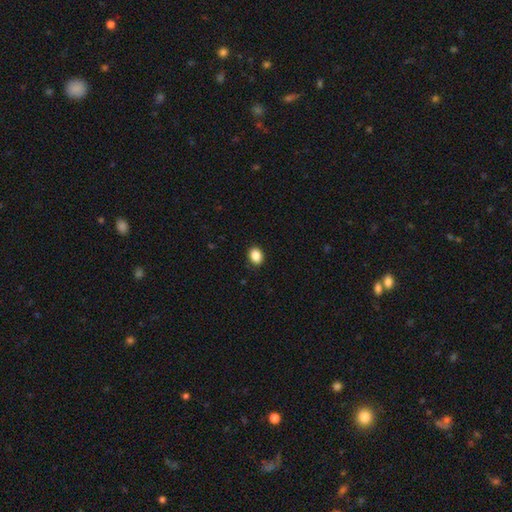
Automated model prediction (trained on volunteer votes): Smooth or featured? smooth (88%)
How rounded? in between (63%)
Merging? none (89%)